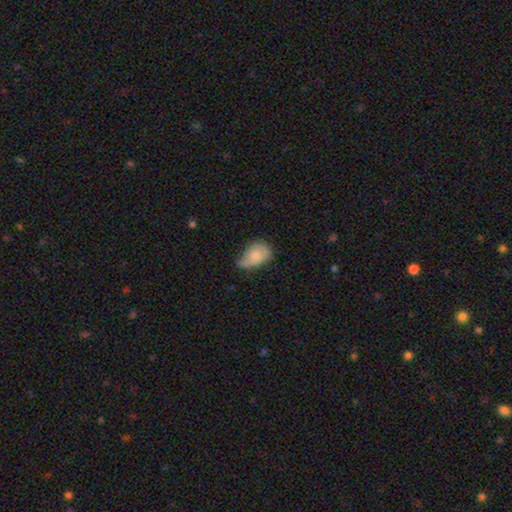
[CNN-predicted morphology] type=smooth (72%); roundness=in between (83%); merging=minor disturbance (47%).